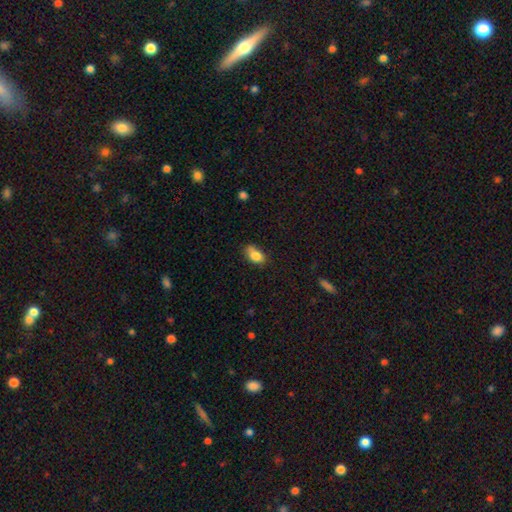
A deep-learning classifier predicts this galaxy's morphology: This is clearly a smooth galaxy (82%). How rounded: clearly in between (85%). Merging: possibly none (54%).